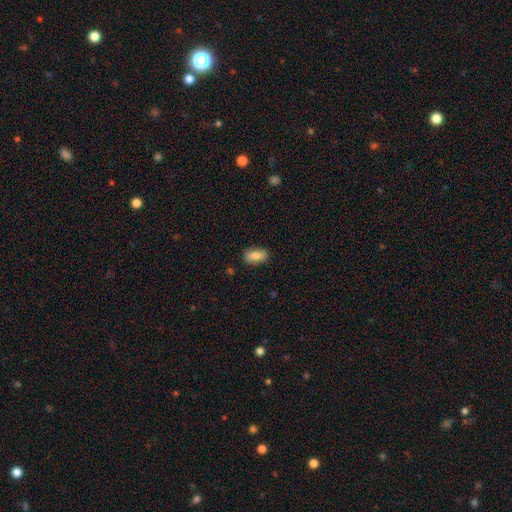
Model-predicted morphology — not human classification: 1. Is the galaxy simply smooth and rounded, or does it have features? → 77% smooth, 16% featured or disk, 7% star or artifact.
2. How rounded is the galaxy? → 87% in between, 8% cigar-shaped, 5% round.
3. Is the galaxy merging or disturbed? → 84% none, 12% minor disturbance, 3% major disturbance, 1% merger.